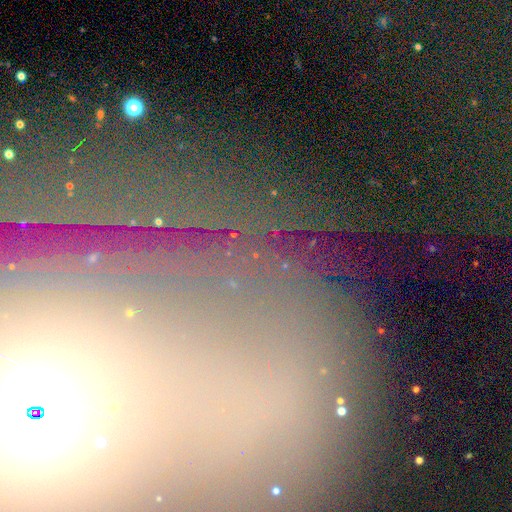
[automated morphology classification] star or artifact 80%, smooth 11%, featured or disk 8%.